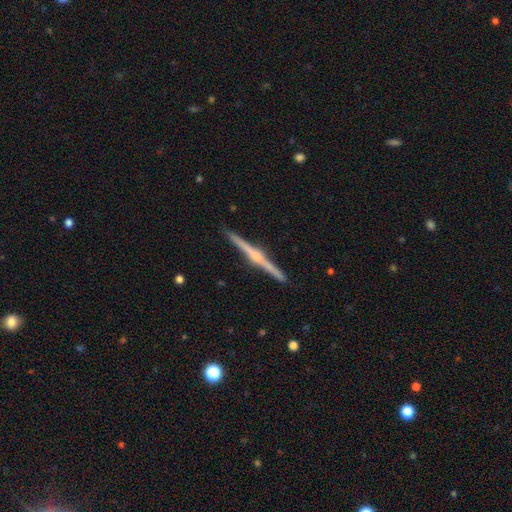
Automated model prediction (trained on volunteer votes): A featured or disk galaxy (84%) viewed edge-on (99%) with a rounded central bulge (79%).

Vote fractions:
- Smooth or featured? featured or disk: 84% / smooth: 11% / star or artifact: 5%
- Edge-on disk? yes: 99% / no: 1%
- Edge-on bulge? rounded: 79% / boxy: 11% / none: 10%
- Merging? none: 93% / minor disturbance: 5% / major disturbance: 1% / merger: 1%